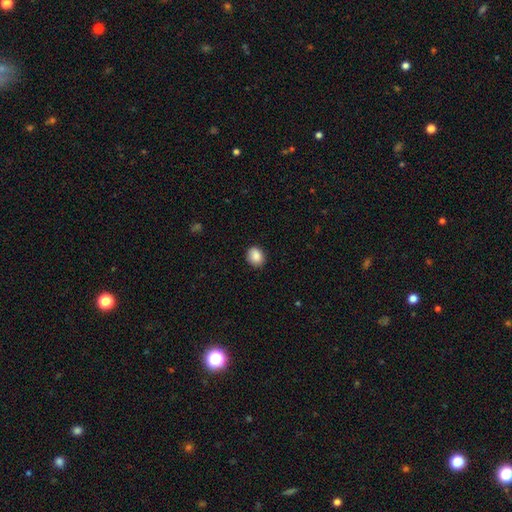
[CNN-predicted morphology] Smooth or featured: smooth — 88% (star or artifact — 8%)
How rounded: round — 52% (in between — 47%)
Merging: none — 85% (minor disturbance — 12%)